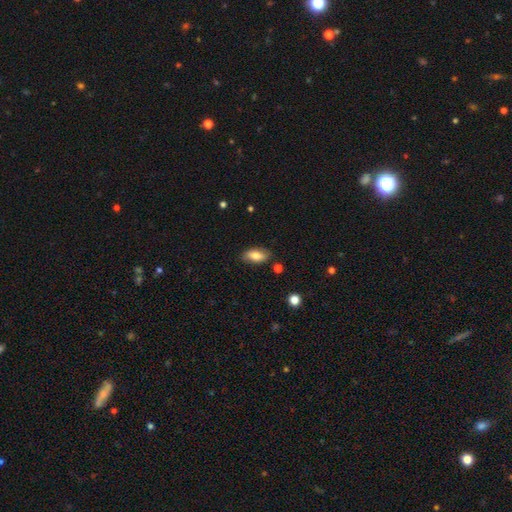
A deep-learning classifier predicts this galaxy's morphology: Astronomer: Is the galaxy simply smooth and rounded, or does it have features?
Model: smooth — 74%.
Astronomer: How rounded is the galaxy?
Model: in between — 88%.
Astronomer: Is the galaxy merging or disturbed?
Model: none — 81%.